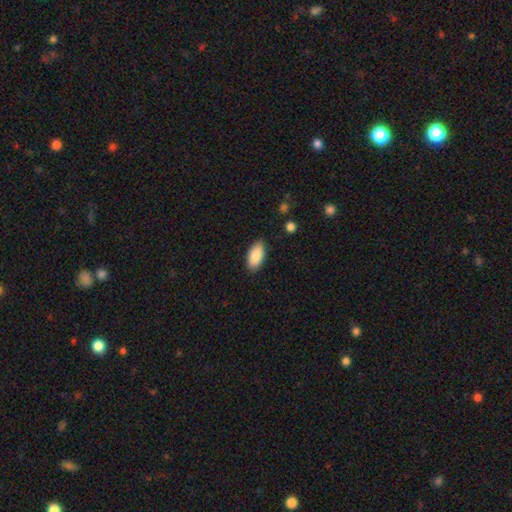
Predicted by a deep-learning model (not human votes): The model was most divided on "merging": none: 85%, minor disturbance: 12%, major disturbance: 2%, merger: 1%. More confident: how rounded — in between (93%); smooth or featured — smooth (88%).